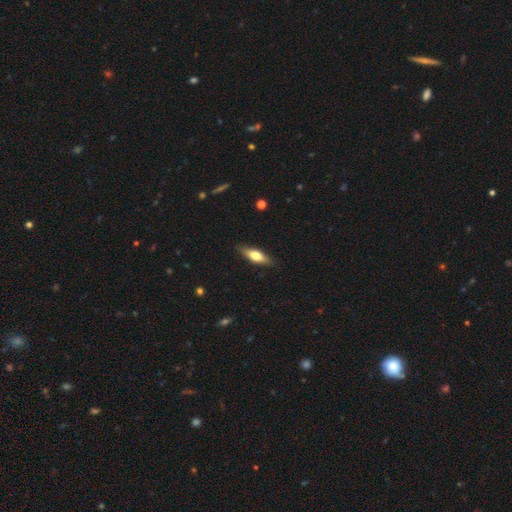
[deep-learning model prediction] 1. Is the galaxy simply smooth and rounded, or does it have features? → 65% smooth, 29% featured or disk, 6% star or artifact.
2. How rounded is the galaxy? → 54% in between, 43% cigar-shaped, 2% round.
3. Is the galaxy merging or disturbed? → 86% none, 11% minor disturbance, 2% major disturbance, 1% merger.